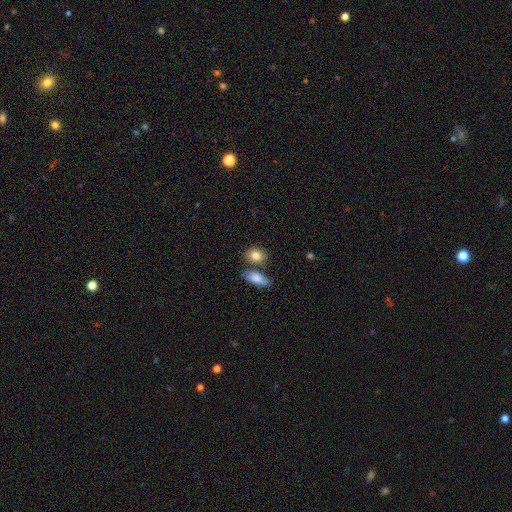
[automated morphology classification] The model was most divided on "how rounded": in between: 65%, round: 31%, cigar-shaped: 4%. More confident: smooth or featured — smooth (84%); merging — none (63%).